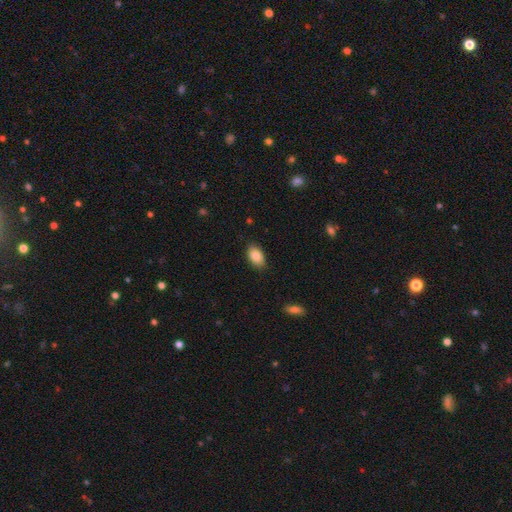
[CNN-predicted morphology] smooth_or_featured: smooth (p=0.86) [alt: star or artifact p=0.07]
how_rounded: in between (p=0.91) [alt: round p=0.08]
merging: none (p=0.86) [alt: minor disturbance p=0.11]